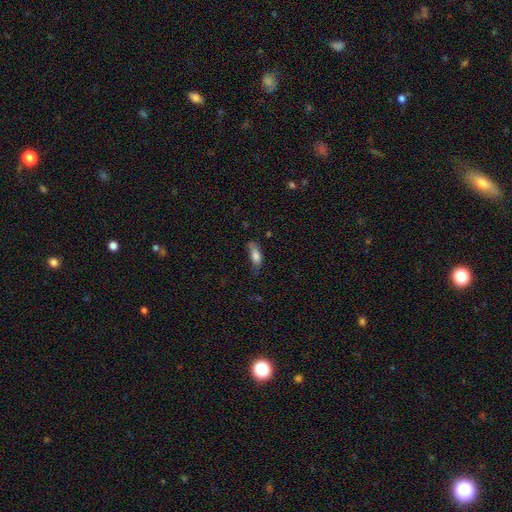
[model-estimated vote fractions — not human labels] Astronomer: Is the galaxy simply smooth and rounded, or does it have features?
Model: smooth — 78%.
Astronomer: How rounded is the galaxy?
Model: in between — 73%.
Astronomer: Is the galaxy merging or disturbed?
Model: none — 48% (runner-up: minor disturbance, 35%).